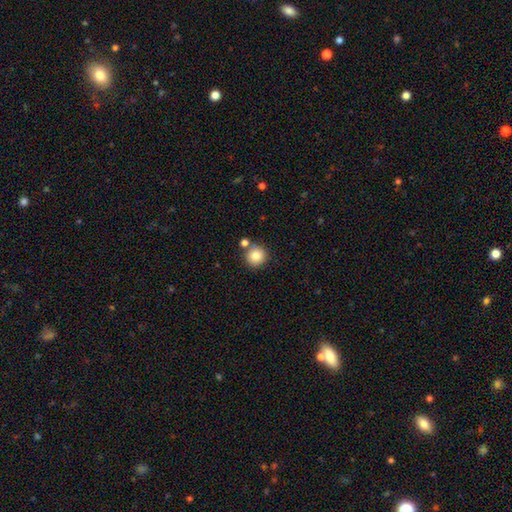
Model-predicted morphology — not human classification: Smooth or featured?
  - smooth: 82% *
  - star or artifact: 10%
  - featured or disk: 8%
How rounded?
  - round: 94% *
  - in between: 5%
  - cigar-shaped: 1%
Merging?
  - none: 74% *
  - merger: 15%
  - minor disturbance: 8%
  - major disturbance: 2%